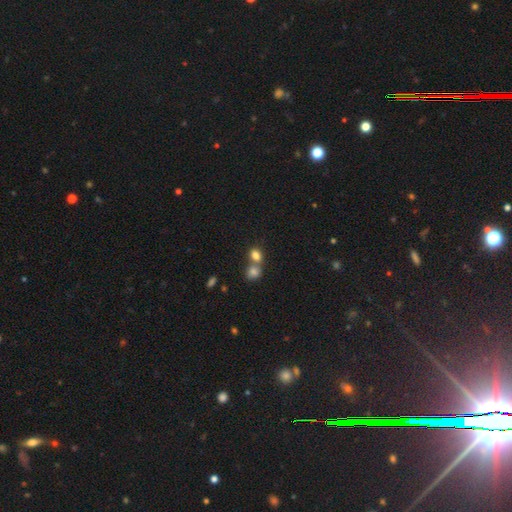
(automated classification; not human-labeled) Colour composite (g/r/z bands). It shows a smooth galaxy with no disk features (82%) that is in between round and cigar-shaped (50%). Merging: merger (55%).